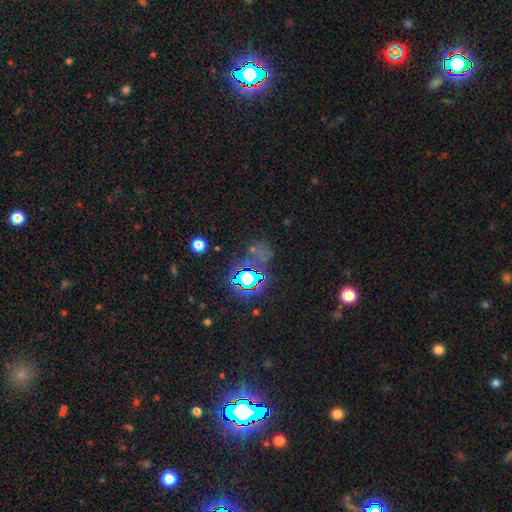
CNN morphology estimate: star or artifact 74%, smooth 16%, featured or disk 10%.